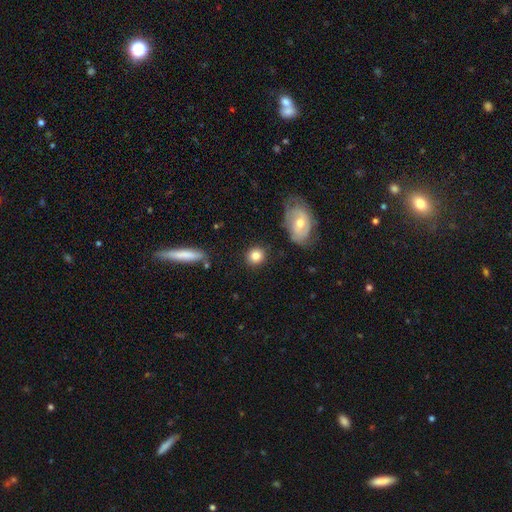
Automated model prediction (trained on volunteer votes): Smooth or featured?
  - smooth: 83% *
  - star or artifact: 9%
  - featured or disk: 8%
How rounded?
  - round: 81% *
  - in between: 17%
  - cigar-shaped: 1%
Merging?
  - none: 85% *
  - minor disturbance: 9%
  - major disturbance: 3%
  - merger: 3%